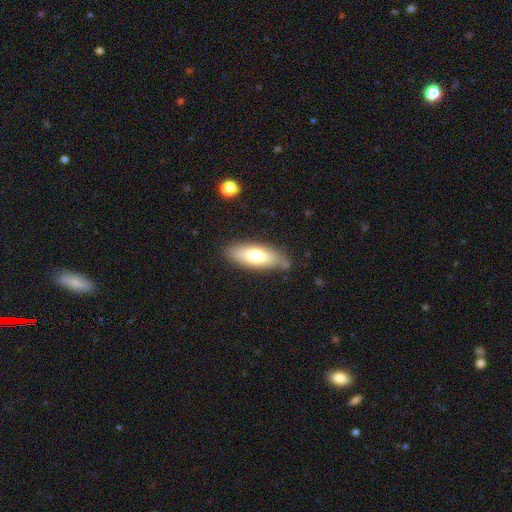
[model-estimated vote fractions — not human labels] Smooth or featured? Predicted: smooth (p=0.69). How rounded? Predicted: in between (p=0.70). Merging? Predicted: none (p=0.75).